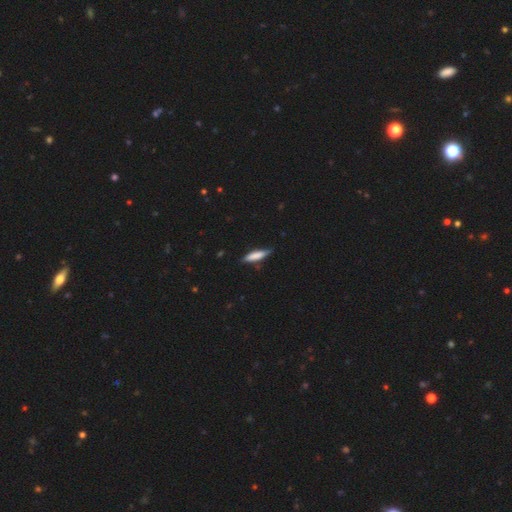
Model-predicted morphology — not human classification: Q: Smooth or featured?
A: smooth (74%); runner-up: featured or disk (20%)
Q: How rounded?
A: cigar-shaped (76%); runner-up: in between (22%)
Q: Merging?
A: none (81%); runner-up: minor disturbance (15%)